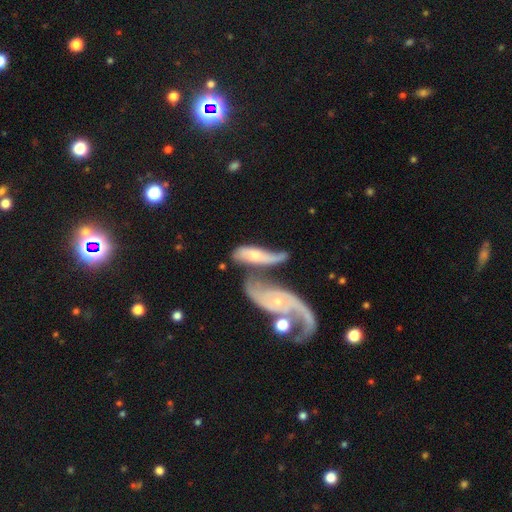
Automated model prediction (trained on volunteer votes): Smooth or featured?
  - featured or disk: 63% *
  - smooth: 30%
  - star or artifact: 6%
Edge-on disk?
  - no: 83% *
  - yes: 17%
Bar?
  - no: 69% *
  - weak: 25%
  - strong: 7%
Spiral arms?
  - yes: 78% *
  - no: 22%
Bulge size?
  - small: 48% *
  - moderate: 41%
  - none: 5%
  - large: 5%
  - dominant: 2%
Merging?
  - merger: 58% *
  - major disturbance: 17%
  - none: 13%
  - minor disturbance: 12%